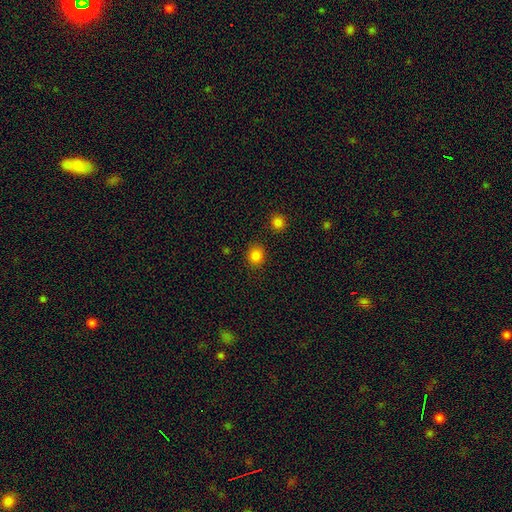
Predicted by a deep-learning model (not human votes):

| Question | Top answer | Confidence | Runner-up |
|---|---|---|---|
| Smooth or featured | smooth | 84% | star or artifact (12%) |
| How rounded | round | 79% | in between (20%) |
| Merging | none | 88% | minor disturbance (7%) |